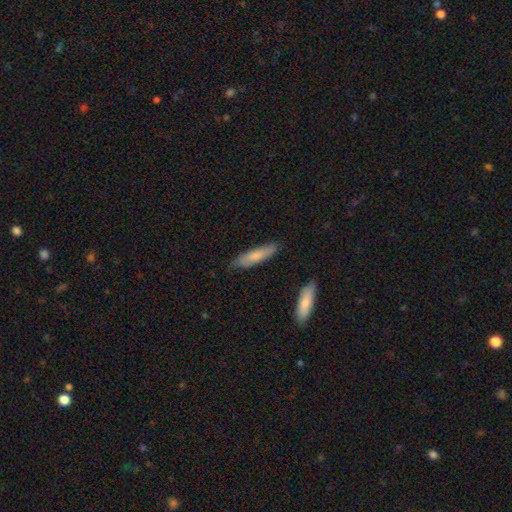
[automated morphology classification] Smooth or featured? Predicted: smooth (p=0.76). How rounded? Predicted: cigar-shaped (p=0.80). Merging? Predicted: none (p=0.83).